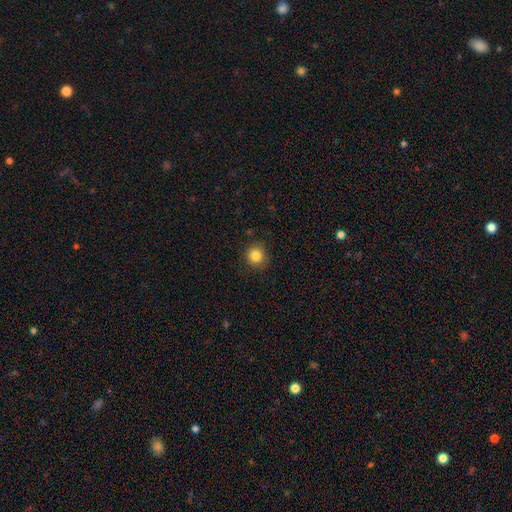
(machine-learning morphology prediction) Smooth or featured? Predicted: smooth (p=0.84). How rounded? Predicted: round (p=0.90). Merging? Predicted: none (p=0.88).